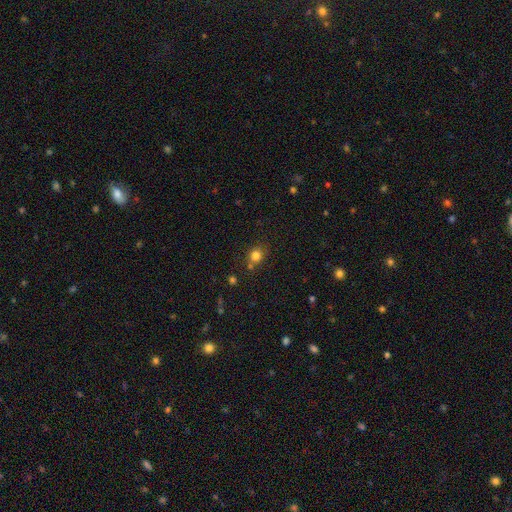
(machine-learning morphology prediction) type=smooth (80%); roundness=round (80%); merging=none (69%).